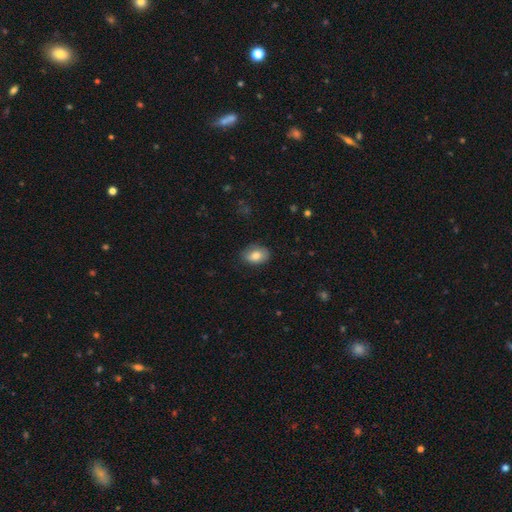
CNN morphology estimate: smooth-or-featured: smooth: 83% | featured or disk: 10% | star or artifact: 7%
  how-rounded: in between: 82% | round: 17% | cigar-shaped: 1%
  merging: none: 80% | minor disturbance: 16% | major disturbance: 3% | merger: 1%